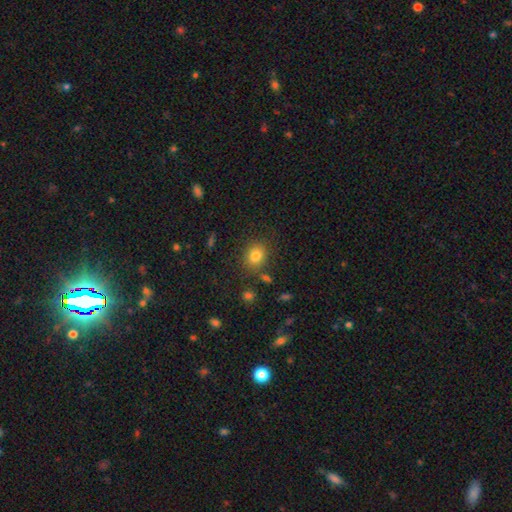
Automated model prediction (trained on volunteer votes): Smooth or featured?
  - smooth: 81% *
  - star or artifact: 11%
  - featured or disk: 7%
How rounded?
  - round: 52% *
  - in between: 47%
  - cigar-shaped: 1%
Merging?
  - none: 80% *
  - minor disturbance: 12%
  - merger: 4%
  - major disturbance: 4%